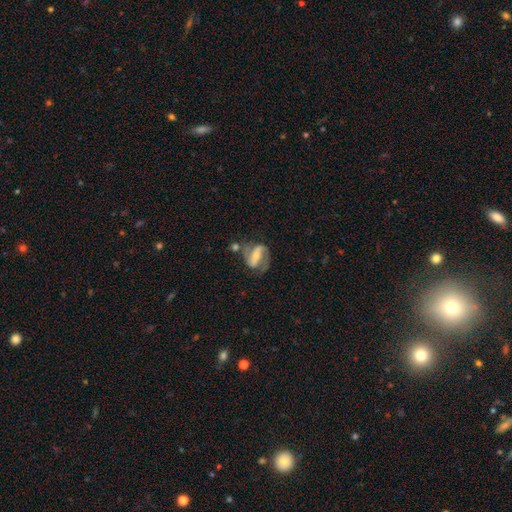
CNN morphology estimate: Overall: featured or disk (79%). Edge-on disk: no (96%). Bar: strong (62%; weak 26%). Spiral arms: yes (90%). Spiral arm count: 2 (86%). Spiral winding: medium (48%; loose 27%). Bulge size: small (49%; moderate 41%). Merging: none (57%; minor disturbance 19%).